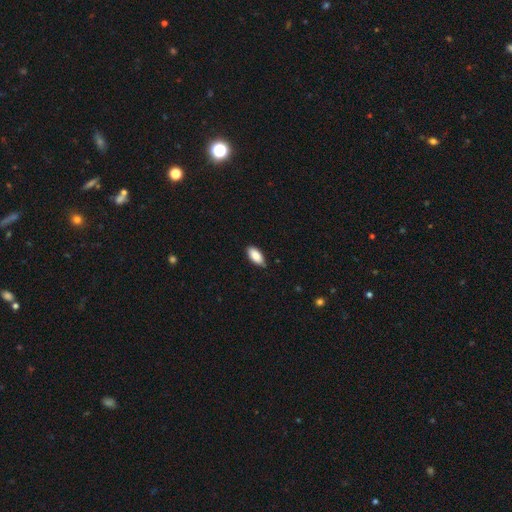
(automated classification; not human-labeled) This appears to be a smooth galaxy with no disk features (86%) that is in between round and cigar-shaped (91%). Merging: none (82%).